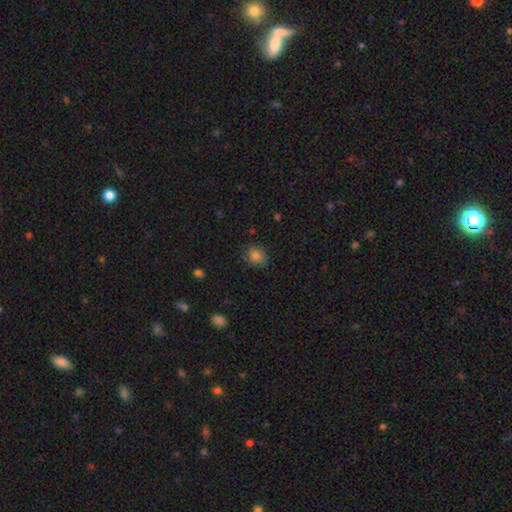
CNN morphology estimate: Smooth or featured?
  - smooth: 82% *
  - star or artifact: 11%
  - featured or disk: 7%
How rounded?
  - round: 58% *
  - in between: 41%
  - cigar-shaped: 1%
Merging?
  - none: 79% *
  - minor disturbance: 16%
  - major disturbance: 4%
  - merger: 1%